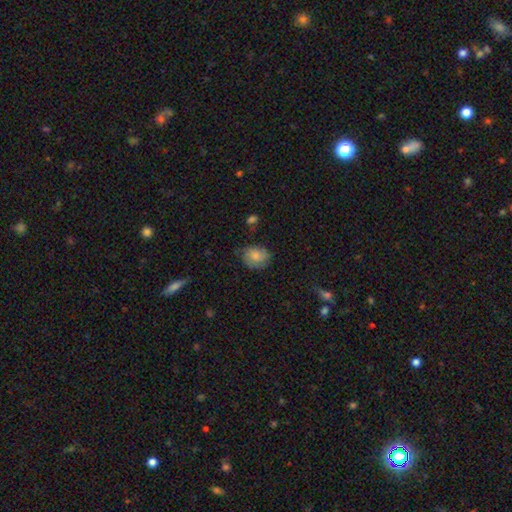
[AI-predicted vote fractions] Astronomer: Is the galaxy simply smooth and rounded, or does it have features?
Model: smooth — 71%.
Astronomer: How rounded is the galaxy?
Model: round — 57% (runner-up: in between, 42%).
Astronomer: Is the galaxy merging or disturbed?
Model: none — 69%.